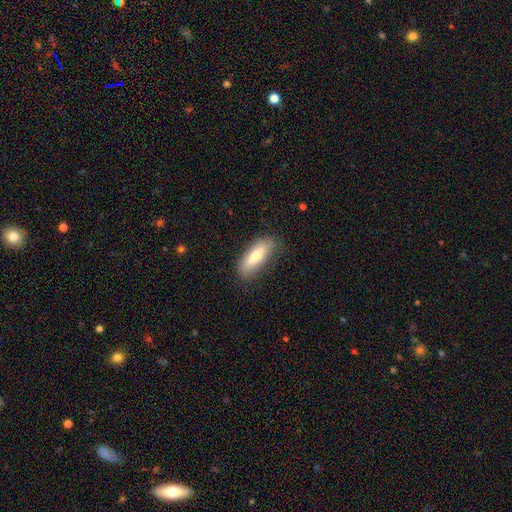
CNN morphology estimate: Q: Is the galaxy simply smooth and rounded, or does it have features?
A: smooth — 73%.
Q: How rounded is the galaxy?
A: in between — 57%.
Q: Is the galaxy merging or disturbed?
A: none — 84%.